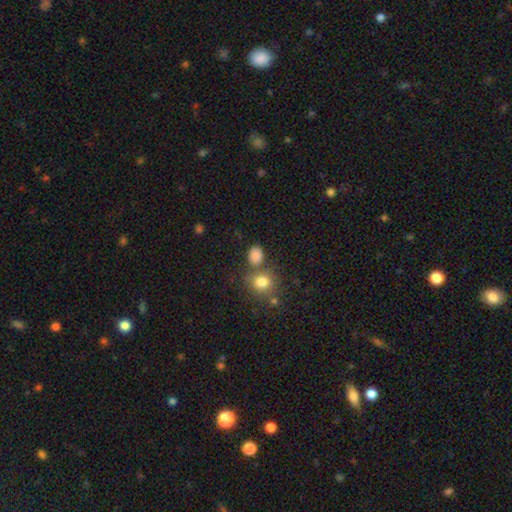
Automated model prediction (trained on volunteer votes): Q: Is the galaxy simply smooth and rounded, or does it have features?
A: smooth — 83%.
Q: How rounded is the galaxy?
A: in between — 51%.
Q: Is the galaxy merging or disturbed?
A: none — 65%.